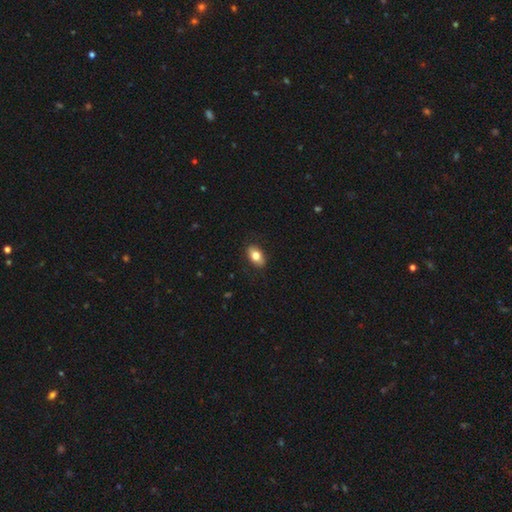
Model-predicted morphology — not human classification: Q: Smooth or featured?
A: smooth (80%); runner-up: featured or disk (13%)
Q: How rounded?
A: in between (90%); runner-up: round (6%)
Q: Merging?
A: none (87%); runner-up: minor disturbance (10%)